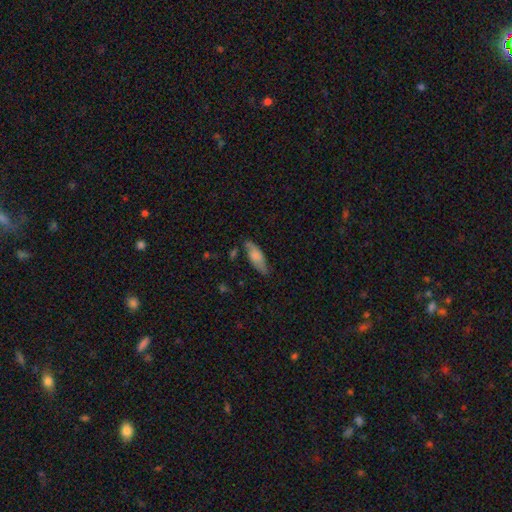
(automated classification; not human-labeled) A smooth galaxy with no disk features (73%) that is in between round and cigar-shaped (71%). Merging: none (66%).